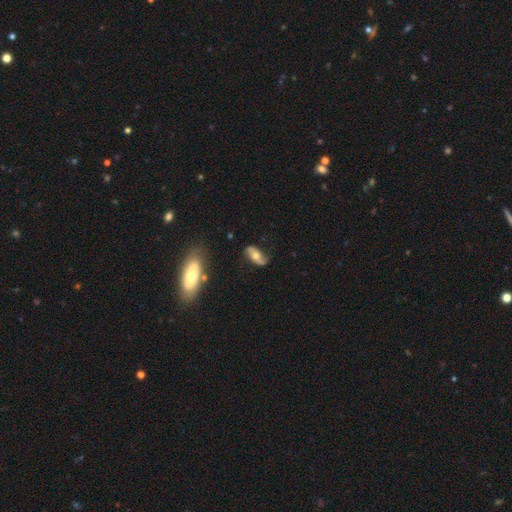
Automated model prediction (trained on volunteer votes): featured or disk 66%, smooth 27%, star or artifact 7%. Down the decision tree: edge-on disk — no (91%); bar — no (63%); spiral arms — yes (87%); spiral arm count — 2 (89%); spiral winding — loose (66%); bulge size — moderate (66%); merging — none (72%).